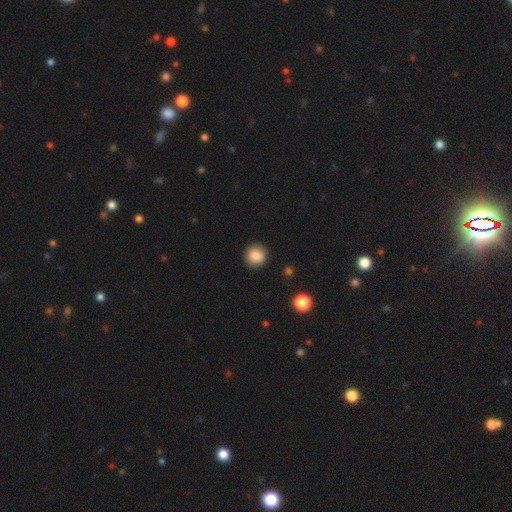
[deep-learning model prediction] Morphology: type=smooth (87%); roundness=round (90%); merging=none (89%).